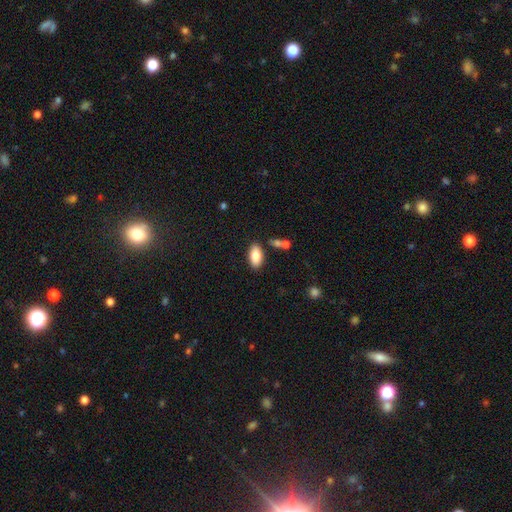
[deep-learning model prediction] Q: Smooth or featured?
A: smooth (85%); runner-up: featured or disk (8%)
Q: How rounded?
A: in between (92%); runner-up: cigar-shaped (5%)
Q: Merging?
A: none (82%); runner-up: minor disturbance (10%)